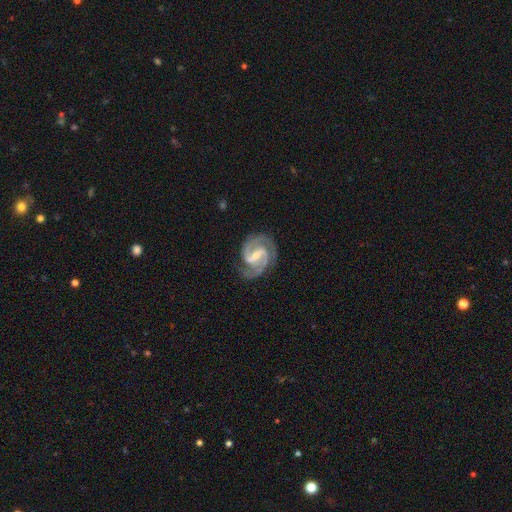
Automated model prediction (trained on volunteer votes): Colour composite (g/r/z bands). It shows a featured or disk galaxy (93%) with a strong bar (53%), 2 (88%) medium (54%) spiral arms (98%) and a small central bulge (58%). Merging: none (79%).